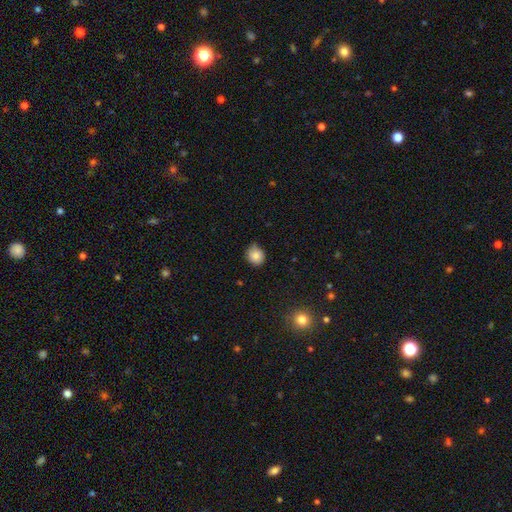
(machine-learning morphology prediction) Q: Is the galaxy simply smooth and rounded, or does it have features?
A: smooth — 83%.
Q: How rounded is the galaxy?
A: round — 86%.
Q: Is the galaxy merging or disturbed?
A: none — 72%.